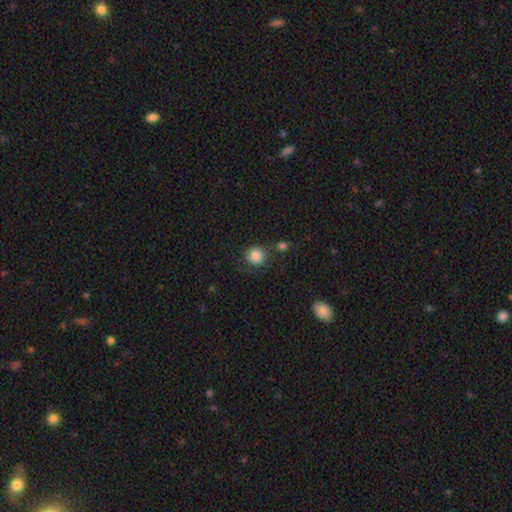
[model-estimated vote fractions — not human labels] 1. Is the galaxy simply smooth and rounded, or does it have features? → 82% smooth, 10% star or artifact, 8% featured or disk.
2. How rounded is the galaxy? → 90% round, 9% in between, 1% cigar-shaped.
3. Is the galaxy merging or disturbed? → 67% none, 15% minor disturbance, 11% merger, 8% major disturbance.